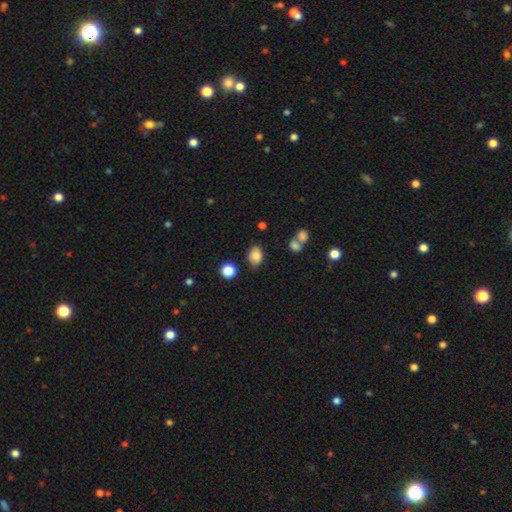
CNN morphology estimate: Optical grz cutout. It shows a smooth galaxy with no disk features (84%) that is in between round and cigar-shaped (73%). Merging: none (74%).